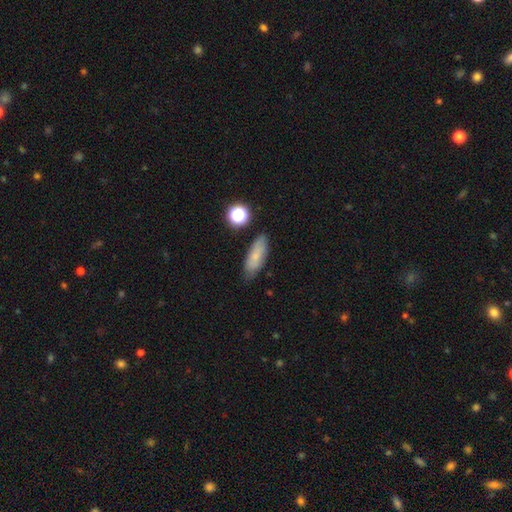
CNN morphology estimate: Q: Smooth or featured?
A: smooth (75%); runner-up: featured or disk (16%)
Q: How rounded?
A: in between (67%); runner-up: cigar-shaped (29%)
Q: Merging?
A: none (77%); runner-up: minor disturbance (17%)